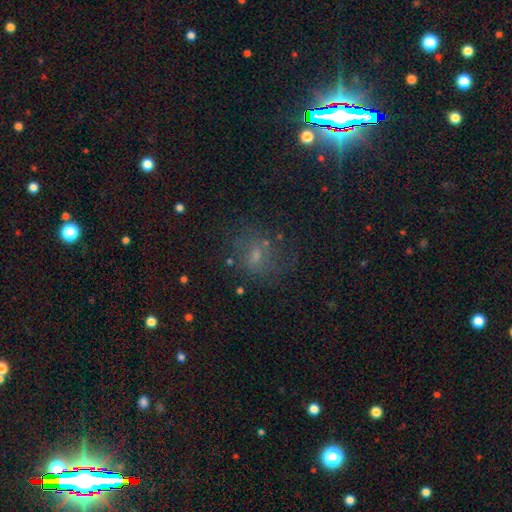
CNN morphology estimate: A star or artifact, not a galaxy (43%).

Vote fractions:
- Smooth or featured? star or artifact: 43% / smooth: 36% / featured or disk: 21%